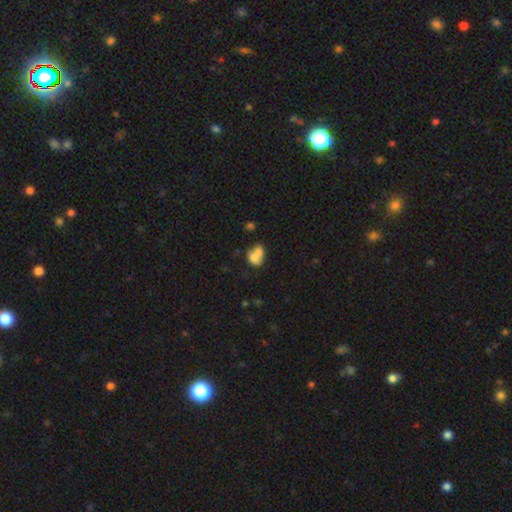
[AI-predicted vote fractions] smooth_or_featured: smooth (p=0.67) [alt: featured or disk p=0.24]
how_rounded: in between (p=0.60) [alt: round p=0.39]
merging: merger (p=0.66) [alt: none p=0.20]